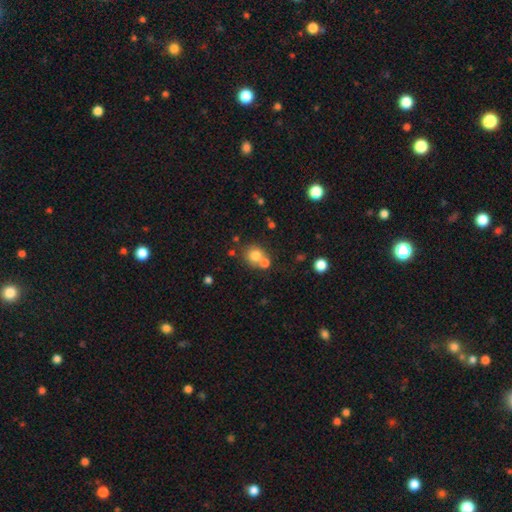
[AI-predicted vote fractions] Morphology: type=smooth (77%); roundness=round (83%); merging=none (51%).